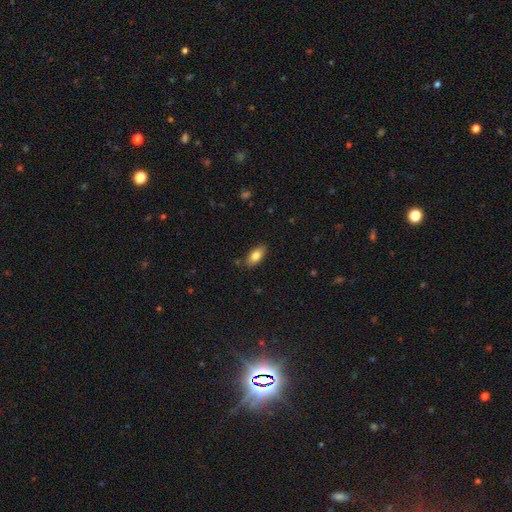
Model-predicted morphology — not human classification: Q: Smooth or featured?
A: smooth (82%); runner-up: featured or disk (11%)
Q: How rounded?
A: in between (89%); runner-up: cigar-shaped (8%)
Q: Merging?
A: none (84%); runner-up: minor disturbance (12%)